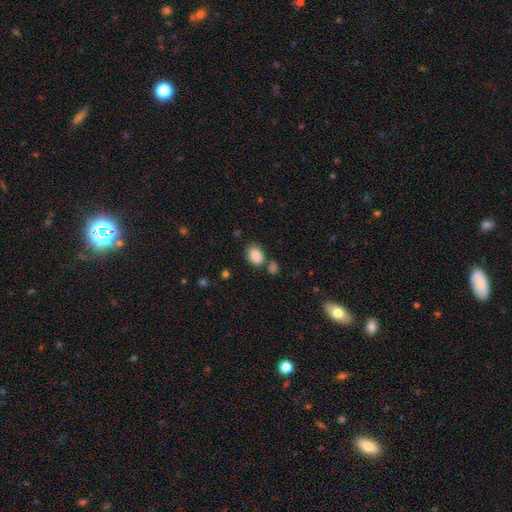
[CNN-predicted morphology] Smooth or featured? Predicted: smooth (p=0.86). How rounded? Predicted: in between (p=0.69). Merging? Predicted: none (p=0.68).